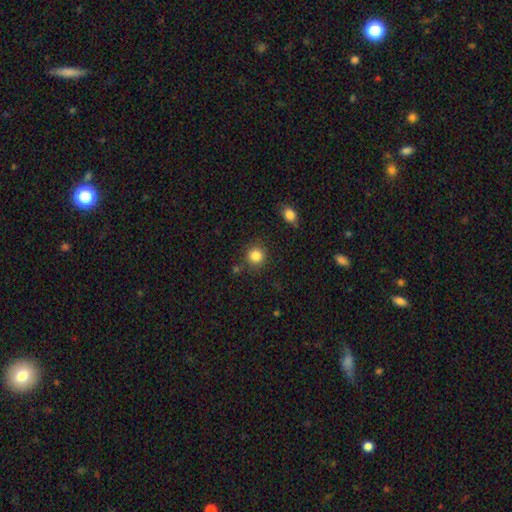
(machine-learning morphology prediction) The model was most divided on "smooth or featured": smooth: 85%, star or artifact: 11%, featured or disk: 5%. More confident: how rounded — round (91%); merging — none (84%).